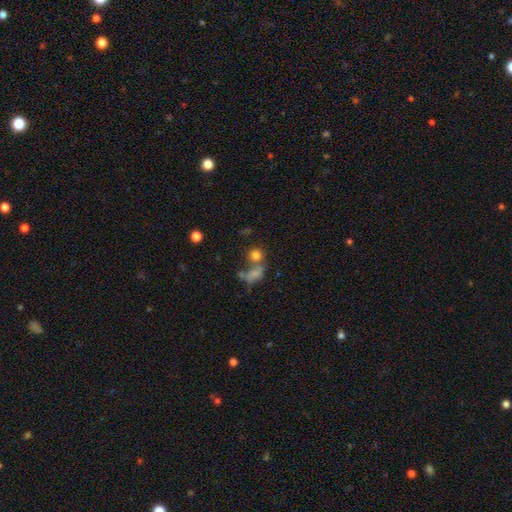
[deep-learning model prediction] Smooth or featured?
  - smooth: 74% *
  - star or artifact: 14%
  - featured or disk: 12%
How rounded?
  - round: 74% *
  - in between: 25%
  - cigar-shaped: 2%
Merging?
  - merger: 42% *
  - none: 41%
  - minor disturbance: 10%
  - major disturbance: 8%